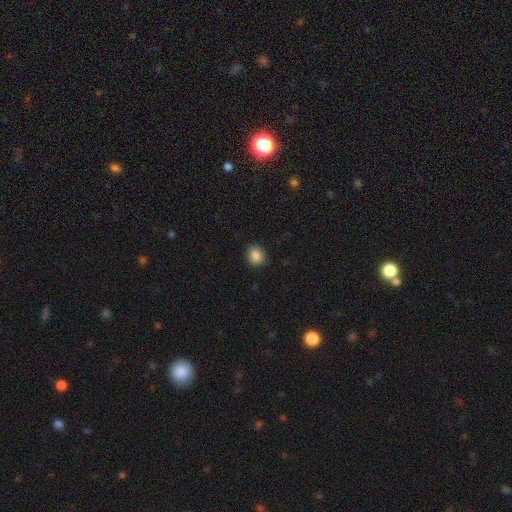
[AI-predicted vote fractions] Smooth or featured?
  - smooth: 87% *
  - star or artifact: 9%
  - featured or disk: 4%
How rounded?
  - round: 75% *
  - in between: 24%
  - cigar-shaped: 1%
Merging?
  - none: 89% *
  - minor disturbance: 8%
  - major disturbance: 2%
  - merger: 1%